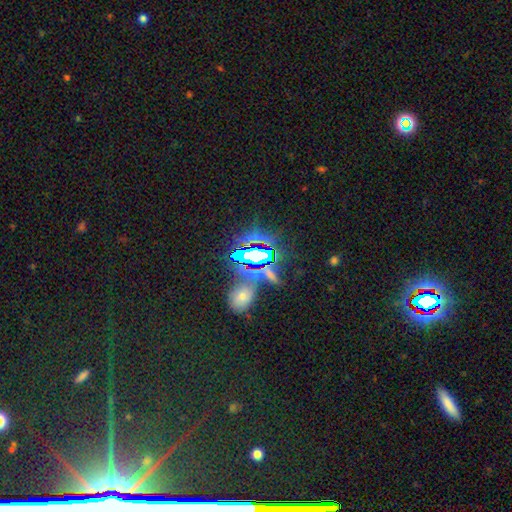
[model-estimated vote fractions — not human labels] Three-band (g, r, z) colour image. It shows a star or artifact, not a galaxy (69%).